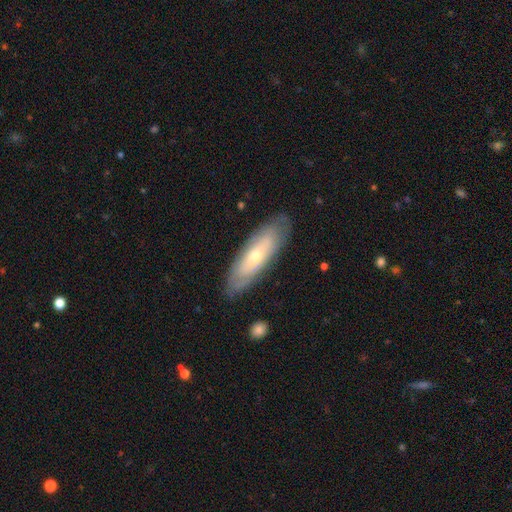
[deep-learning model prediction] A featured or disk galaxy (52%). Merging: none (82%).